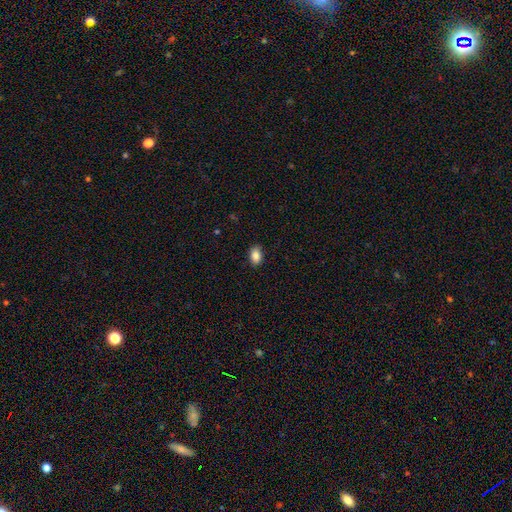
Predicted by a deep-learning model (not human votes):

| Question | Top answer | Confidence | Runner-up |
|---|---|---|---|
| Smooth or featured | smooth | 87% | star or artifact (8%) |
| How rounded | in between | 87% | round (11%) |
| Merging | none | 87% | minor disturbance (10%) |